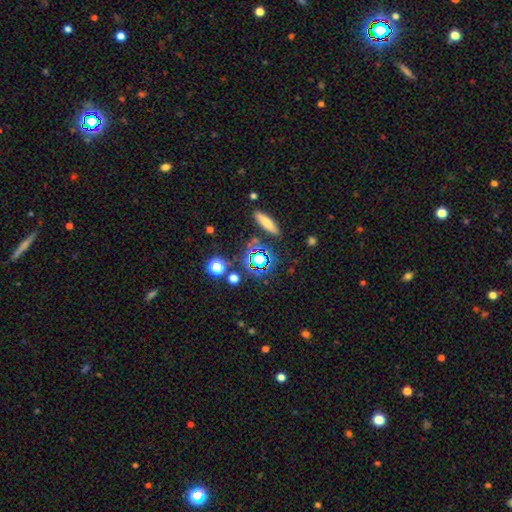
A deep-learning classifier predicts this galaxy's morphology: A star or artifact, not a galaxy (53%).